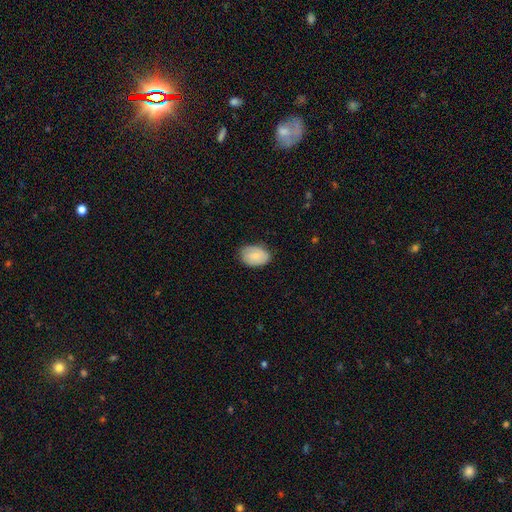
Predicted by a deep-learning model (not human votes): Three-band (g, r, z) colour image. It shows a smooth galaxy with no disk features (71%) that is in between round and cigar-shaped (80%). Merging: none (75%).